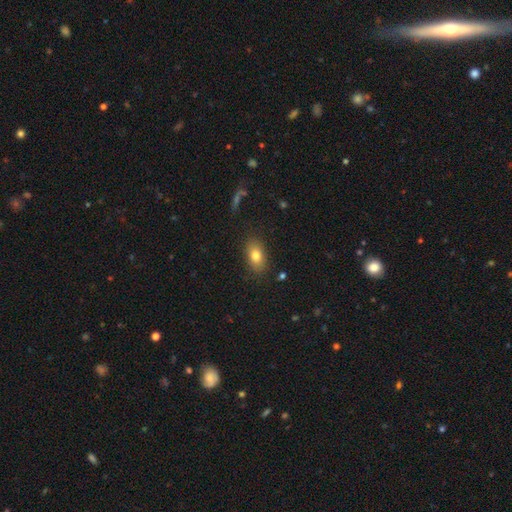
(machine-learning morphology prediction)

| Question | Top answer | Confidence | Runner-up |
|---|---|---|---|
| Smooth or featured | smooth | 79% | featured or disk (12%) |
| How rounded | in between | 86% | round (11%) |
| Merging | none | 85% | minor disturbance (11%) |